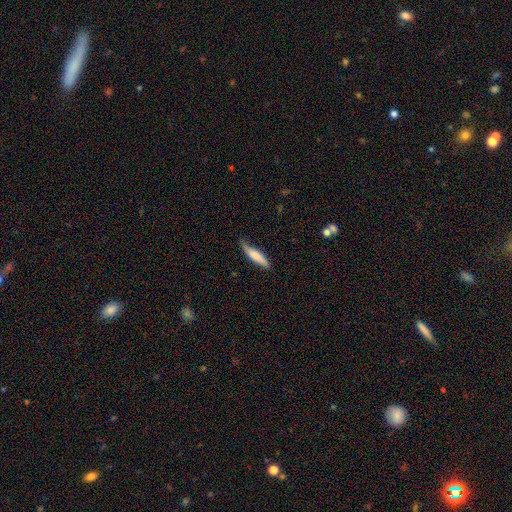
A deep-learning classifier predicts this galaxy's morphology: type=smooth (73%); roundness=cigar-shaped (77%); merging=none (62%).